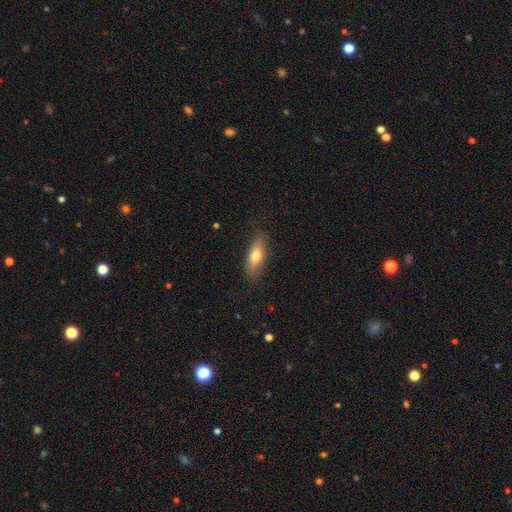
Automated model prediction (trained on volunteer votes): A smooth galaxy with no disk features (69%) that is in between round and cigar-shaped (63%).

Vote fractions:
- Smooth or featured? smooth: 69% / featured or disk: 25% / star or artifact: 6%
- How rounded? in between: 63% / cigar-shaped: 34% / round: 3%
- Merging? none: 81% / minor disturbance: 15% / major disturbance: 3% / merger: 1%